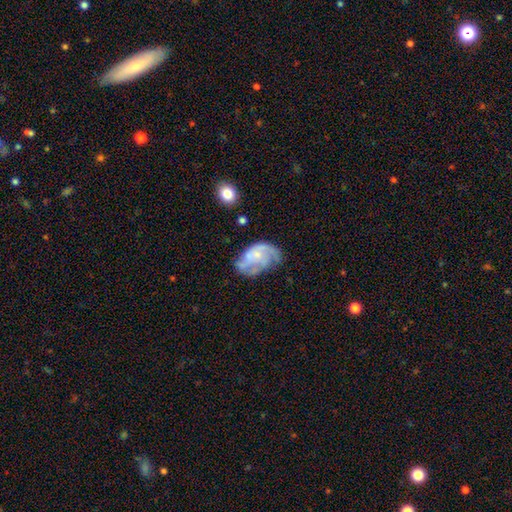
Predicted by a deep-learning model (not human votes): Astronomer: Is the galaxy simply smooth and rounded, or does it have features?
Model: featured or disk — 71%.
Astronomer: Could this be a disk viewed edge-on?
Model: no — 97%.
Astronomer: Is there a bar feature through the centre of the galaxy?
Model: no — 74%.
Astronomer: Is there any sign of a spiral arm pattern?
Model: yes — 79%.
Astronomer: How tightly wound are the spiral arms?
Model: medium — 42% (runner-up: tight, 31%).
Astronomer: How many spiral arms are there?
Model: can't tell — 31% (runner-up: 2, 27%).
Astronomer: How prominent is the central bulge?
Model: small — 57%.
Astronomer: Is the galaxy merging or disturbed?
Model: none — 44% (runner-up: minor disturbance, 26%).